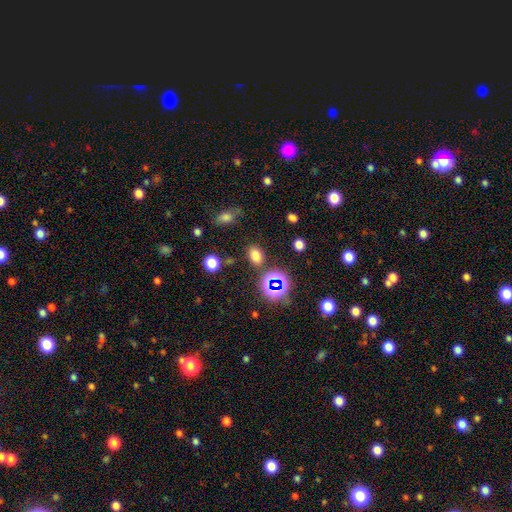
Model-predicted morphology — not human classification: Smooth or featured? Predicted: smooth (p=0.70). How rounded? Predicted: in between (p=0.73). Merging? Predicted: none (p=0.82).